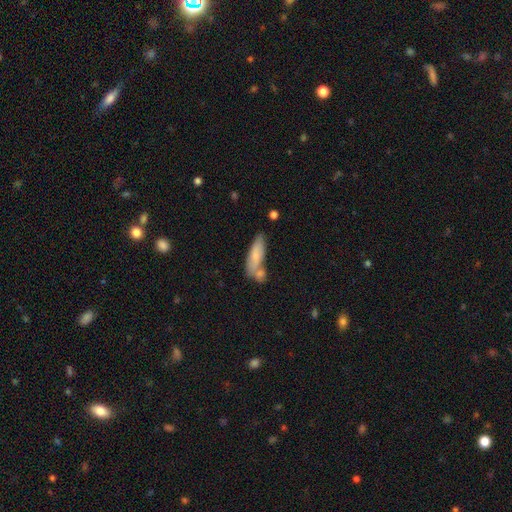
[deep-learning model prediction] This appears to be a smooth galaxy with no disk features (75%) that is in between round and cigar-shaped (52%). Merging: none (49%).